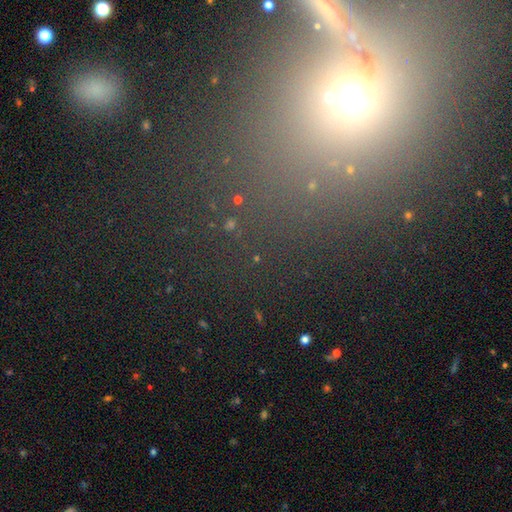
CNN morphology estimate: smooth_or_featured: star or artifact (p=0.51) [alt: smooth p=0.34]